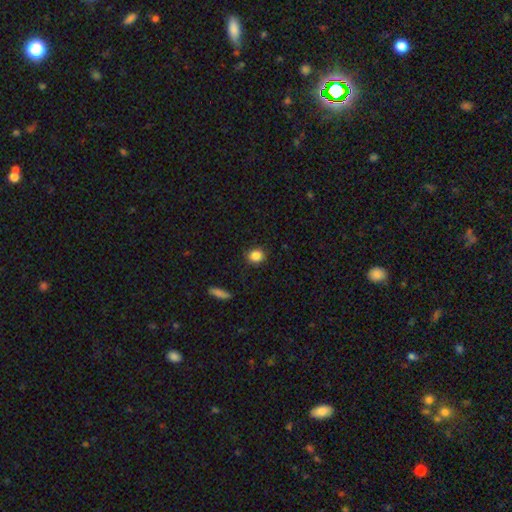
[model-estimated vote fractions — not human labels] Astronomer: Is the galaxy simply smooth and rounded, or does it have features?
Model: smooth — 86%.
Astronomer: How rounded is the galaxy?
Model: round — 78%.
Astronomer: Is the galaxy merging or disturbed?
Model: none — 88%.